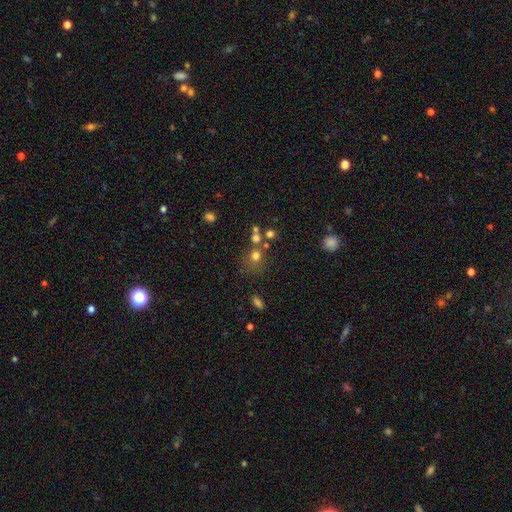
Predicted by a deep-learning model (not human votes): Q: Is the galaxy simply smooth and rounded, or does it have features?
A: smooth — 70%.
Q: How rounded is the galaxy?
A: round — 80%.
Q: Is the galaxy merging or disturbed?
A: none — 53%.